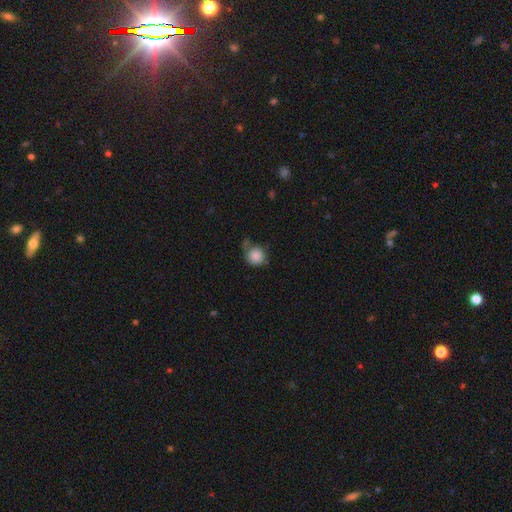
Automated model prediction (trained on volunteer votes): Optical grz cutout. It shows a smooth galaxy with no disk features (86%) that is round (90%). Merging: none (60%).